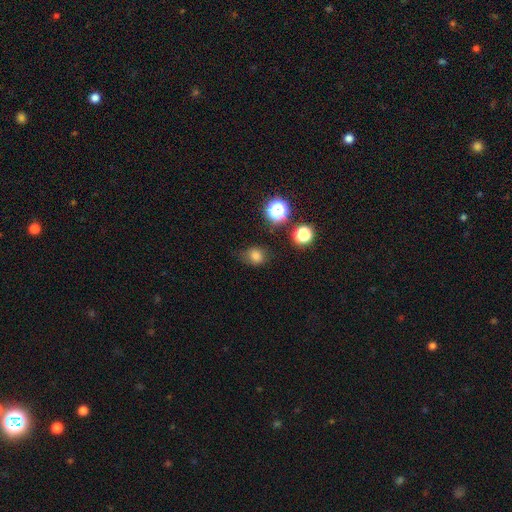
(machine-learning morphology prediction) Smooth or featured? Predicted: smooth (p=0.77). How rounded? Predicted: round (p=0.69). Merging? Predicted: none (p=0.69).